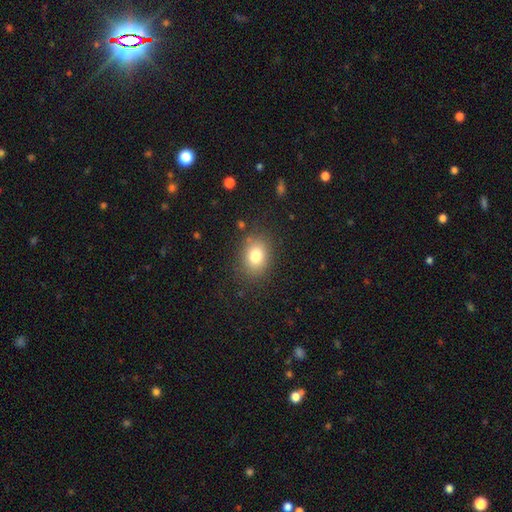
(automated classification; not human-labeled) Smooth or featured: smooth — 80% (star or artifact — 11%)
How rounded: in between — 57% (round — 42%)
Merging: none — 82% (minor disturbance — 12%)